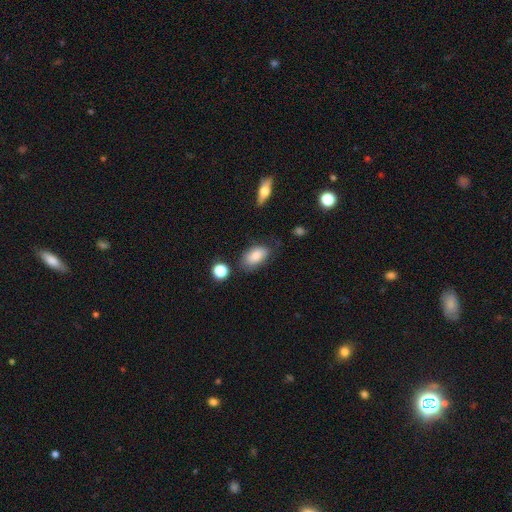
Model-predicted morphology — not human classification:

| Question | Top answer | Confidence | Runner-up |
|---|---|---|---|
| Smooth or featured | smooth | 83% | featured or disk (9%) |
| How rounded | in between | 91% | round (6%) |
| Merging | none | 69% | minor disturbance (21%) |